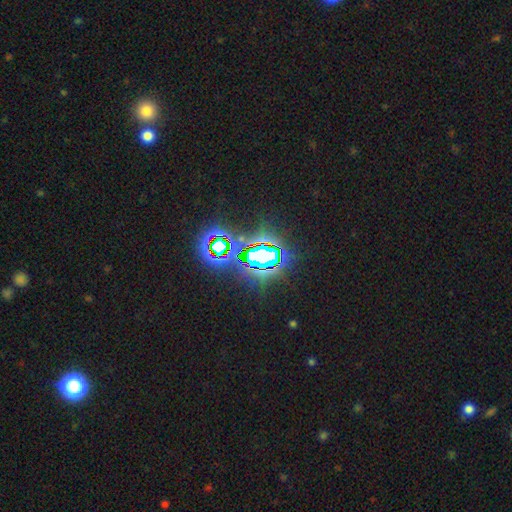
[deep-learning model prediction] Smooth or featured?
  - star or artifact: 82% *
  - smooth: 11%
  - featured or disk: 7%